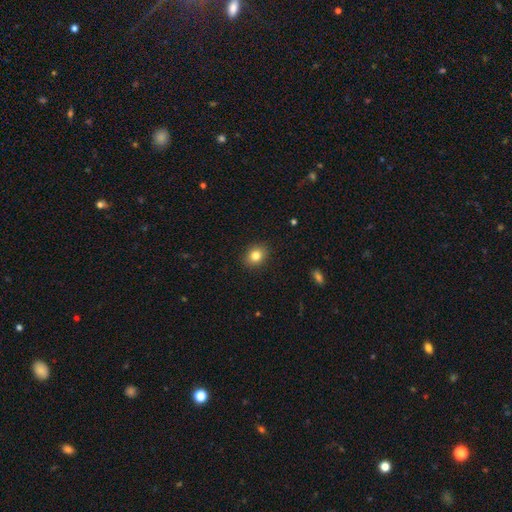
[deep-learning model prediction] smooth_or_featured: smooth (p=0.83) [alt: star or artifact p=0.10]
how_rounded: round (p=0.54) [alt: in between p=0.45]
merging: none (p=0.90) [alt: minor disturbance p=0.07]